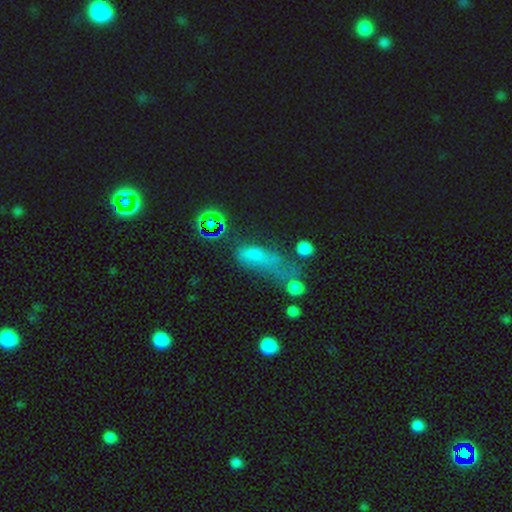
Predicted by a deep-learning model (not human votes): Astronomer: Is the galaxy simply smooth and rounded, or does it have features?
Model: smooth — 56%.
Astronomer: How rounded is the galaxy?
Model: in between — 54% (runner-up: cigar-shaped, 33%).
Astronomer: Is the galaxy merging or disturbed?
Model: major disturbance — 35% (runner-up: none, 27%).